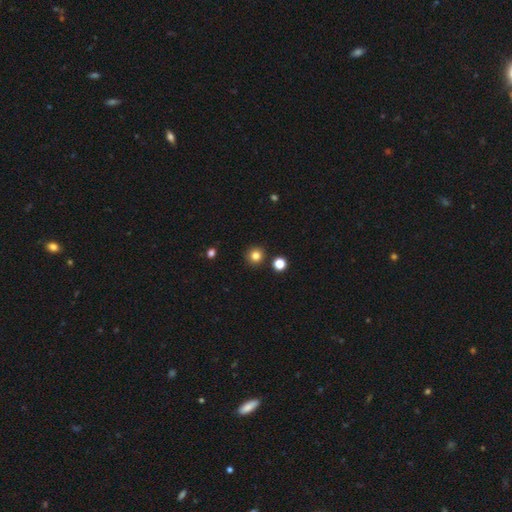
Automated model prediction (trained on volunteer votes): The model was most divided on "smooth or featured": smooth: 82%, star or artifact: 13%, featured or disk: 5%. More confident: how rounded — round (93%); merging — none (89%).